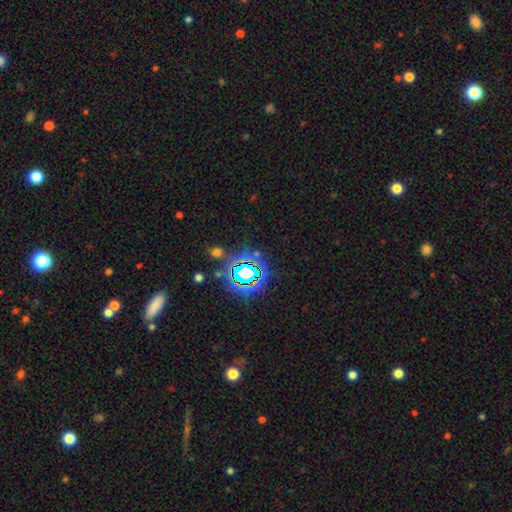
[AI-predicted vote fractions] smooth_or_featured: star or artifact (p=0.73) [alt: smooth p=0.17]